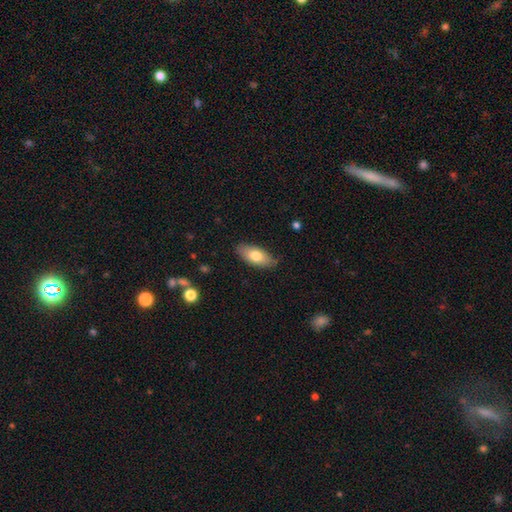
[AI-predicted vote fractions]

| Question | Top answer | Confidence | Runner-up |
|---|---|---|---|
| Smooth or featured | smooth | 74% | featured or disk (19%) |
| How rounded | in between | 87% | cigar-shaped (10%) |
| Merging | none | 82% | minor disturbance (14%) |